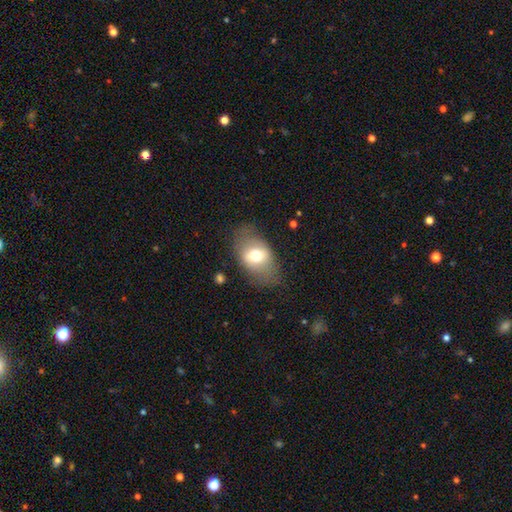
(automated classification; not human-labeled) The model was most divided on "smooth or featured": smooth: 62%, featured or disk: 30%, star or artifact: 8%. More confident: how rounded — in between (84%); merging — none (74%).